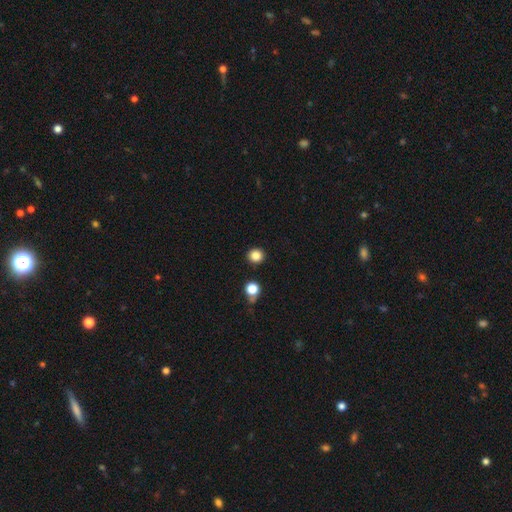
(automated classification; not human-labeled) Overall: smooth (84%). How rounded: round (90%). Merging: none (90%).